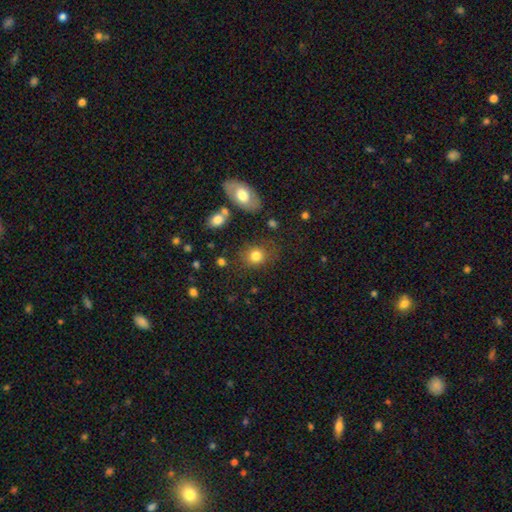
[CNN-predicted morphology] A smooth galaxy with no disk features (80%) that is round (61%). Merging: none (75%).